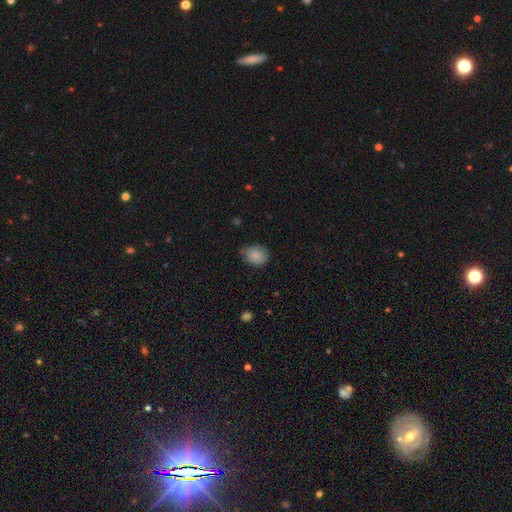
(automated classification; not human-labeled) smooth_or_featured: smooth (p=0.84) [alt: star or artifact p=0.08]
how_rounded: round (p=0.51) [alt: in between p=0.48]
merging: none (p=0.70) [alt: minor disturbance p=0.24]